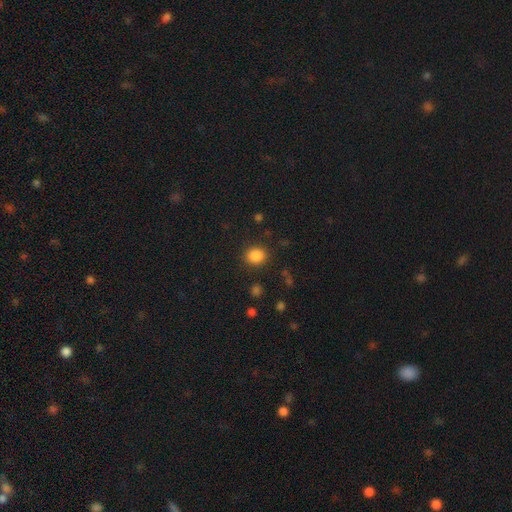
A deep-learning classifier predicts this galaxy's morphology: type=smooth (86%); roundness=round (76%); merging=none (87%).